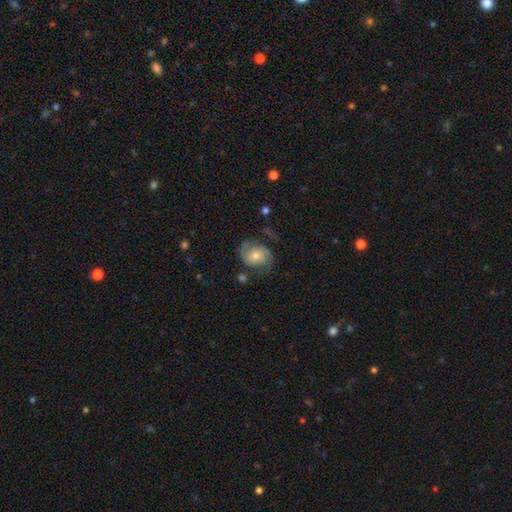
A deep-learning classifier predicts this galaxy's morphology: A featured or disk galaxy (65%) with no bar (71%), 2 (72%) medium (43%) spiral arms (88%) and a moderate central bulge (48%).

Vote fractions:
- Smooth or featured? featured or disk: 65% / smooth: 26% / star or artifact: 9%
- Edge-on disk? no: 97% / yes: 3%
- Bar? no: 71% / weak: 24% / strong: 5%
- Spiral arms? yes: 88% / no: 12%
- Spiral winding? medium: 43% / tight: 32% / loose: 25%
- Spiral arm count? 2: 72% / can't tell: 14% / 1: 6% / 3: 4% / 4: 2% / more than 4: 2%
- Bulge size? moderate: 48% / small: 45% / large: 4% / none: 2% / dominant: 1%
- Merging? none: 62% / minor disturbance: 21% / major disturbance: 14% / merger: 3%